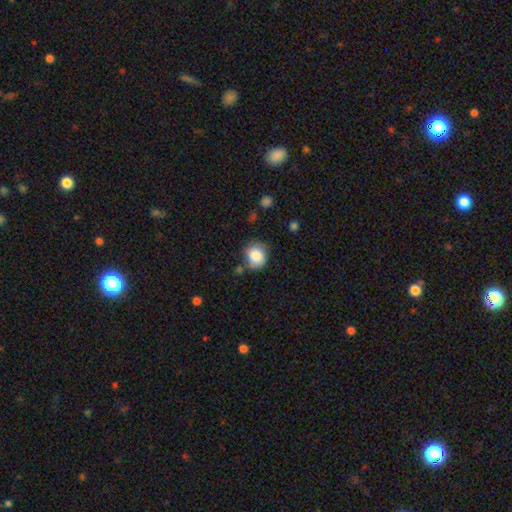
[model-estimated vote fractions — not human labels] Overall: smooth (85%). How rounded: round (75%). Merging: none (64%).